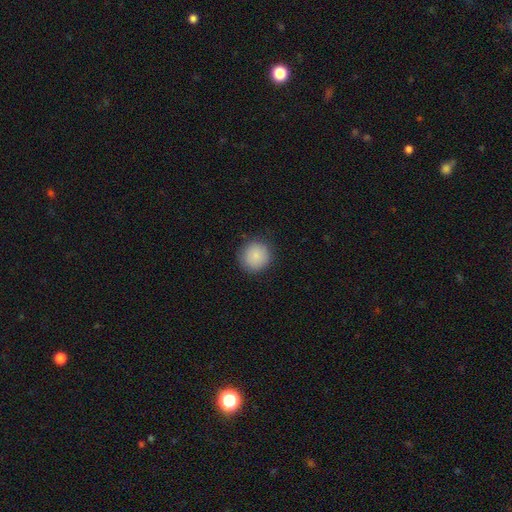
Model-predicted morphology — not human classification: Smooth or featured: smooth — 87% (star or artifact — 8%)
How rounded: round — 94% (in between — 5%)
Merging: none — 88% (minor disturbance — 9%)